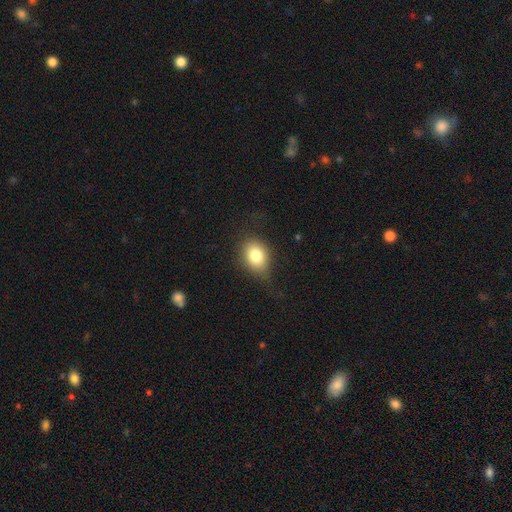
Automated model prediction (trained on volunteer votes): Smooth or featured? smooth (79%)
How rounded? in between (63%)
Merging? none (71%)